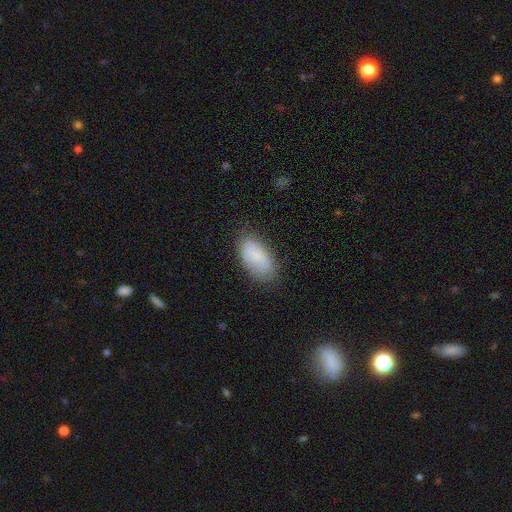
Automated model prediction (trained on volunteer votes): Smooth or featured? smooth (74%)
How rounded? in between (94%)
Merging? none (75%)